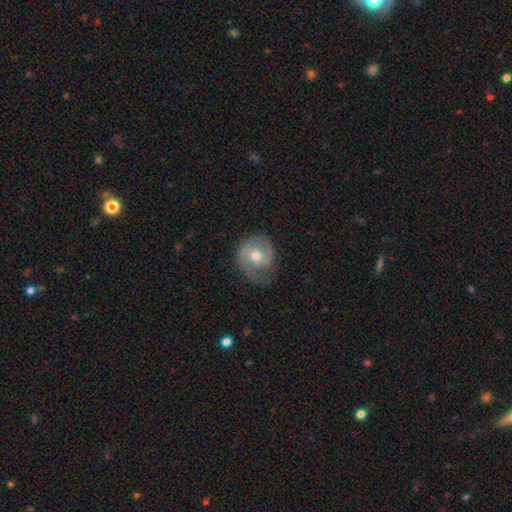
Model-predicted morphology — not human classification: type=featured or disk (69%); edge-on=no (97%); bar=no (63%); spiral arms=yes (89%); winding=medium (41%); arm count=2 (54%); bulge=moderate (72%); merging=none (56%).